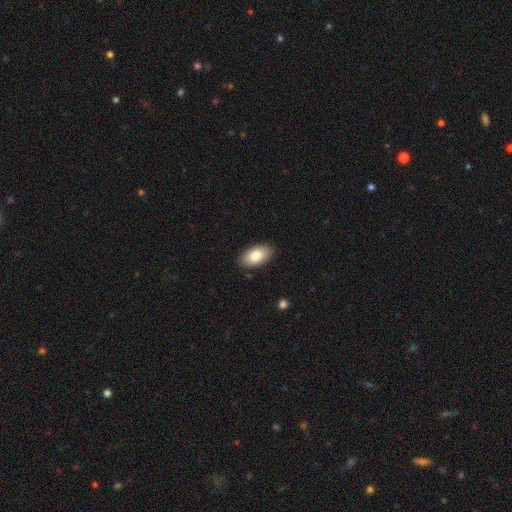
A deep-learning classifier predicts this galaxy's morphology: Smooth or featured? smooth (83%)
How rounded? in between (95%)
Merging? none (88%)